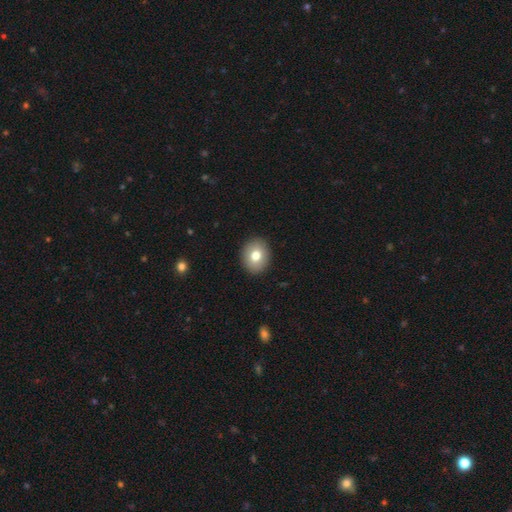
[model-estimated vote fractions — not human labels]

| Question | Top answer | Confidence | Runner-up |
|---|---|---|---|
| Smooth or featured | smooth | 77% | featured or disk (14%) |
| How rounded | round | 58% | in between (41%) |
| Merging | none | 91% | minor disturbance (6%) |